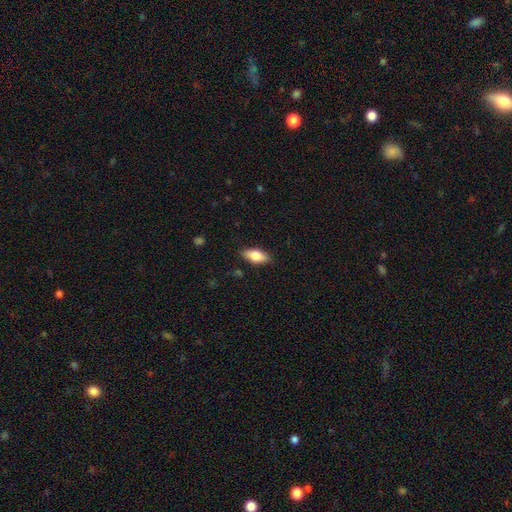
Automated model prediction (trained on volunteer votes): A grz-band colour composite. It shows a smooth galaxy with no disk features (80%) that is in between round and cigar-shaped (87%). Merging: none (86%).